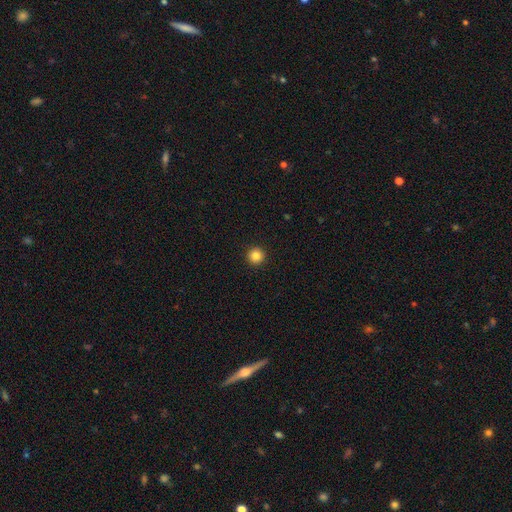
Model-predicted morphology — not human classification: smooth 85%, star or artifact 11%, featured or disk 4%. Down the decision tree: how rounded — round (96%); merging — none (94%).